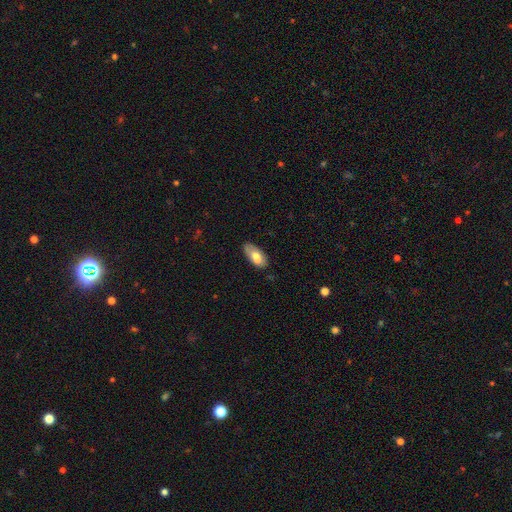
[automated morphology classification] Smooth or featured: smooth — 67% (featured or disk — 26%)
How rounded: in between — 91% (cigar-shaped — 7%)
Merging: none — 65% (minor disturbance — 24%)